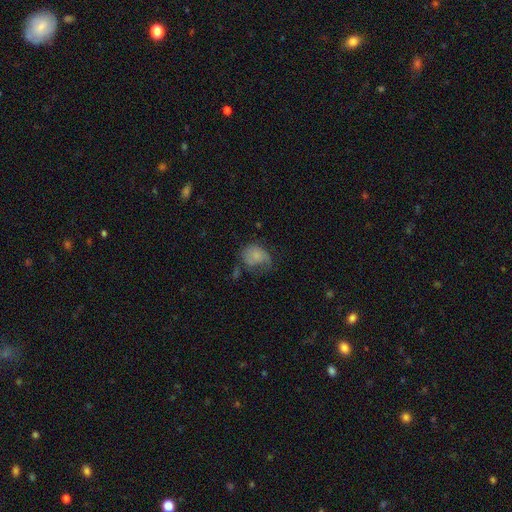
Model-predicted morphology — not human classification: A smooth galaxy with no disk features (69%) that is in between round and cigar-shaped (52%).

Vote fractions:
- Smooth or featured? smooth: 69% / featured or disk: 21% / star or artifact: 10%
- How rounded? in between: 52% / round: 47% / cigar-shaped: 1%
- Merging? major disturbance: 32% (tied) / none: 32% (tied) / minor disturbance: 30% / merger: 5%